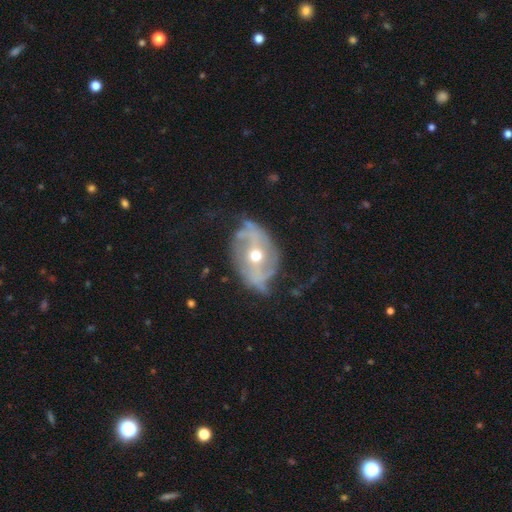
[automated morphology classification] smooth_or_featured: featured or disk (p=0.82) [alt: smooth p=0.11]
disk_edge_on: no (p=0.94) [alt: yes p=0.06]
bar: no (p=0.38) [alt: weak p=0.33]
has_spiral_arms: yes (p=0.81) [alt: no p=0.19]
spiral_winding: loose (p=0.47) [alt: medium p=0.33]
spiral_arm_count: 2 (p=0.76) [alt: can't tell p=0.13]
bulge_size: moderate (p=0.69) [alt: small p=0.26]
merging: none (p=0.59) [alt: minor disturbance p=0.24]